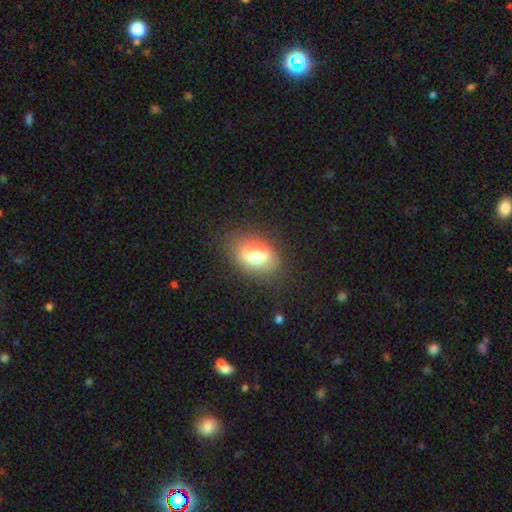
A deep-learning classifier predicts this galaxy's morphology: type=smooth (77%); roundness=in between (80%); merging=none (80%).